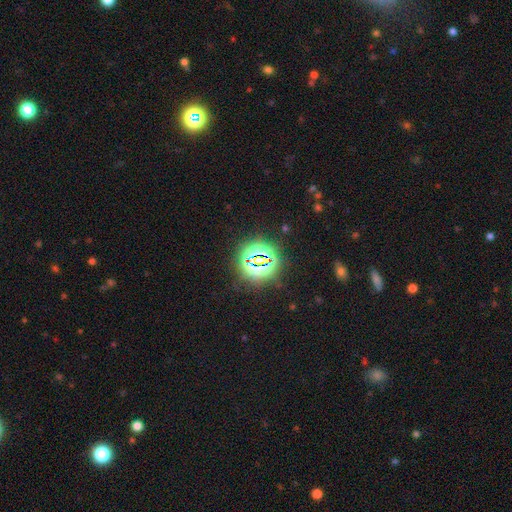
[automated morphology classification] Overall: star or artifact (76%).